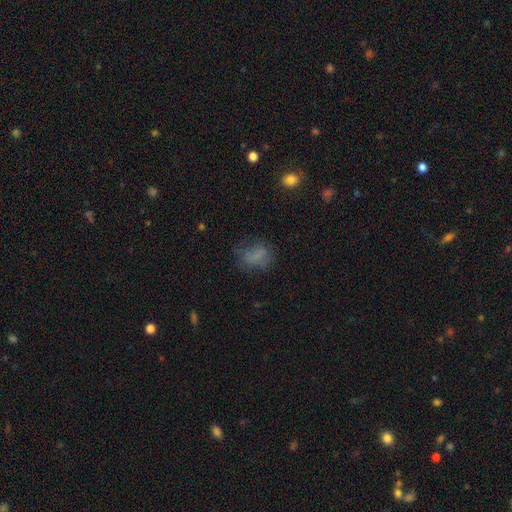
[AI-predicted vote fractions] Smooth or featured: smooth — 68% (featured or disk — 16%)
How rounded: in between — 62% (round — 35%)
Merging: none — 57% (minor disturbance — 23%)